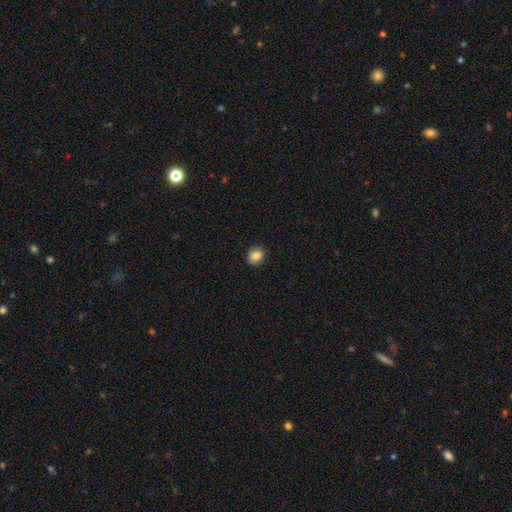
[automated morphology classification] The model was most divided on "how rounded": round: 79%, in between: 20%, cigar-shaped: 1%. More confident: merging — none (89%); smooth or featured — smooth (85%).